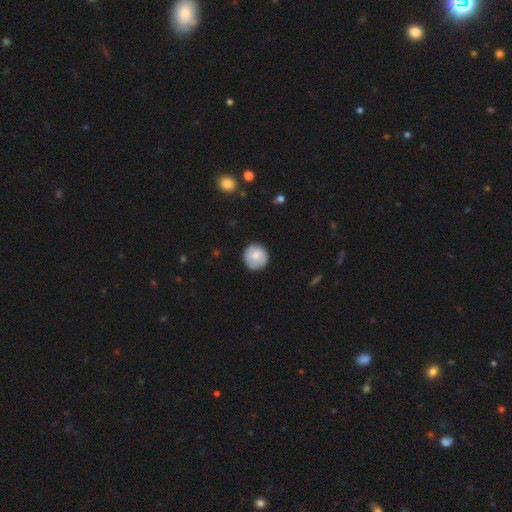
This is clearly a smooth galaxy (87%). How rounded: clearly round (91%). Merging: clearly none (92%).